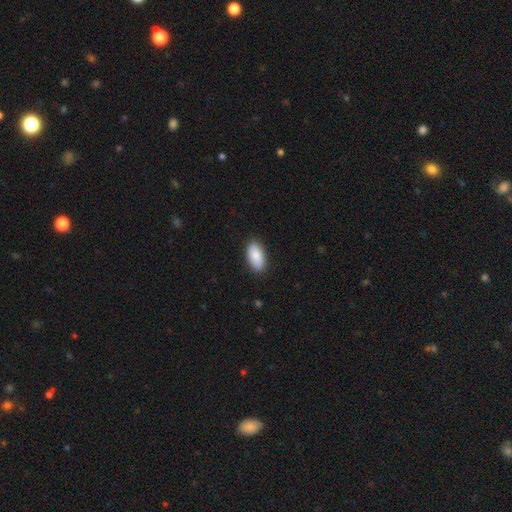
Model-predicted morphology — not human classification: smooth_or_featured: smooth (p=0.87) [alt: featured or disk p=0.07]
how_rounded: in between (p=0.94) [alt: cigar-shaped p=0.03]
merging: none (p=0.88) [alt: minor disturbance p=0.09]